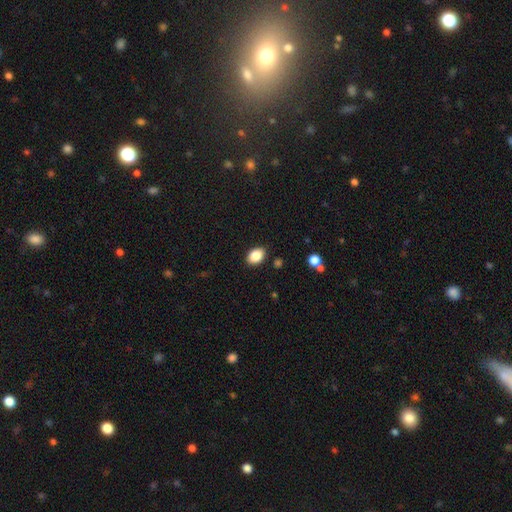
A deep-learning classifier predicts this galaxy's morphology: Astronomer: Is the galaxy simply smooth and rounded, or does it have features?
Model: smooth — 86%.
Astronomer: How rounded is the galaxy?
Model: in between — 79%.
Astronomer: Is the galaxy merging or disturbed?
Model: none — 88%.